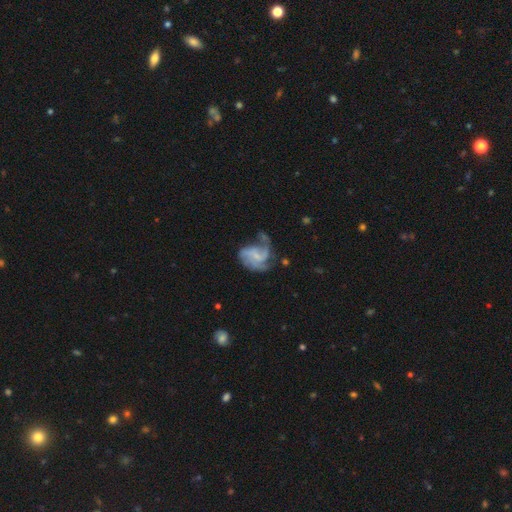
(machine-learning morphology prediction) A featured or disk galaxy (76%) with no bar (48%), 3 (33%) medium (45%) spiral arms (90%) and a small central bulge (56%). Merging: none (37%).